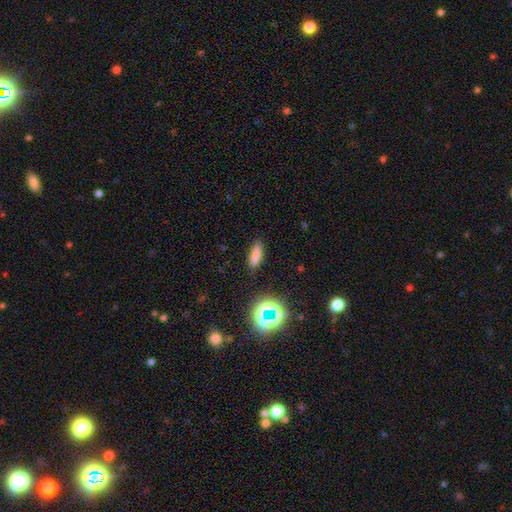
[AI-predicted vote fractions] This appears to be a smooth galaxy with no disk features (78%) that is in between round and cigar-shaped (53%). Merging: none (86%).